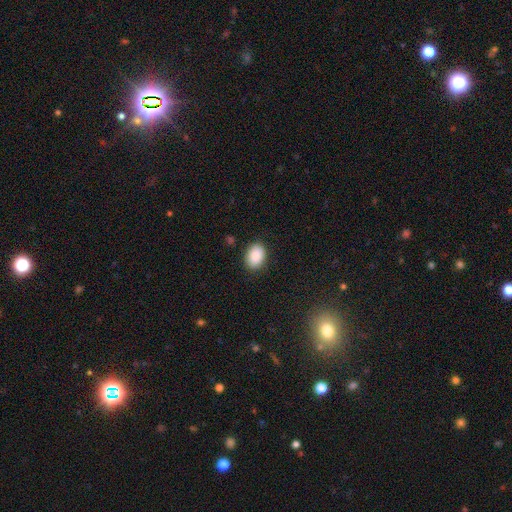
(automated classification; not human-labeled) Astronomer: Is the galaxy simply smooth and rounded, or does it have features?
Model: smooth — 87%.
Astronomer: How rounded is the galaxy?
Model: in between — 79%.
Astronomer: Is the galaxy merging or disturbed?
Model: none — 87%.